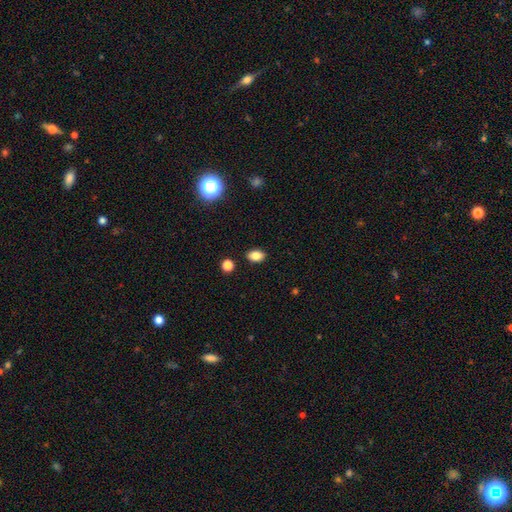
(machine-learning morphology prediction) This appears to be a smooth galaxy with no disk features (83%) that is in between round and cigar-shaped (82%). Merging: none (87%).